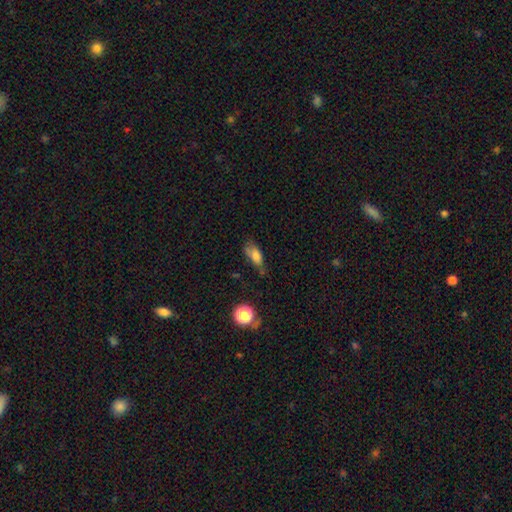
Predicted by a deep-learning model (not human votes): Morphology: type=smooth (70%); roundness=in between (75%); merging=none (44%).